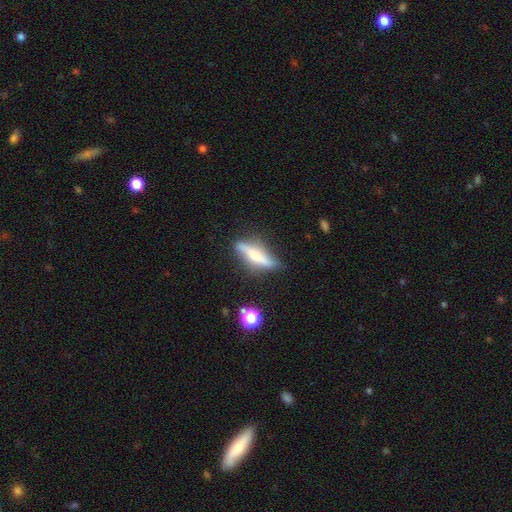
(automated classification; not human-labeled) featured or disk 61%, smooth 32%, star or artifact 7%. Down the decision tree: edge-on disk — yes (83%); edge-on bulge — rounded (79%); merging — none (71%).